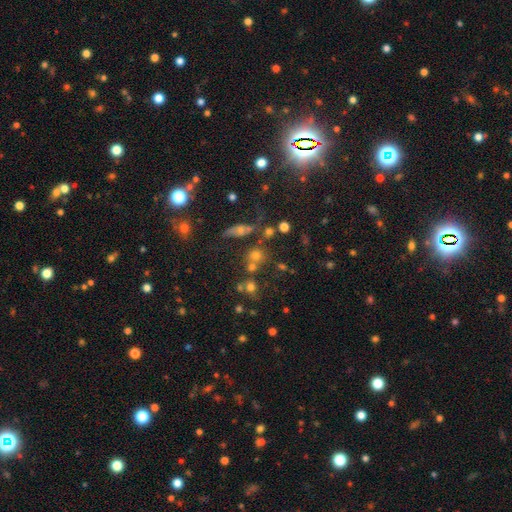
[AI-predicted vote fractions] Smooth or featured: smooth — 46% (star or artifact — 40%)
Merging: none — 58% (merger — 24%)